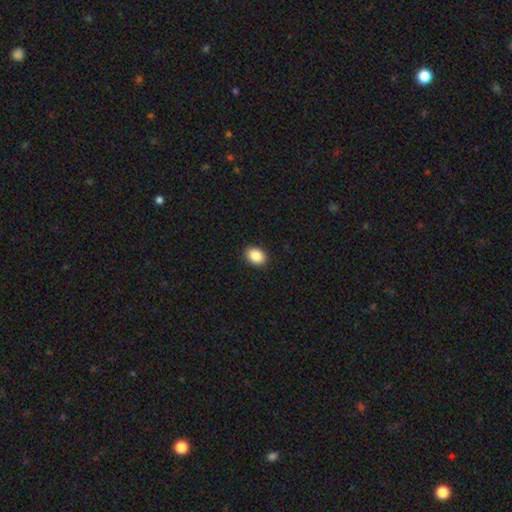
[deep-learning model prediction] This is clearly a smooth galaxy (89%). How rounded: likely in between (74%). Merging: clearly none (91%).